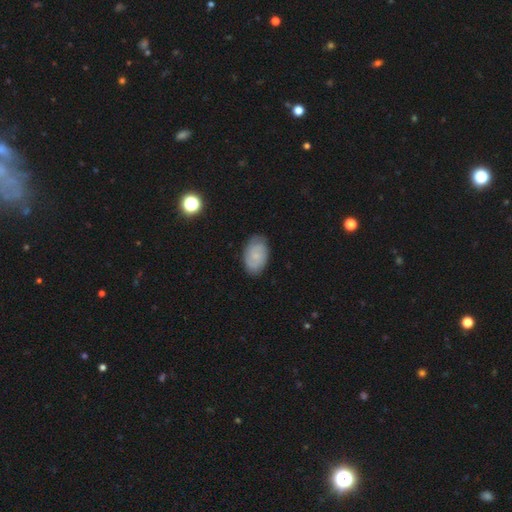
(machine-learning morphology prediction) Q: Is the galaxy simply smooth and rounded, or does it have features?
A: smooth — 48%.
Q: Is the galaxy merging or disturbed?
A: none — 79%.